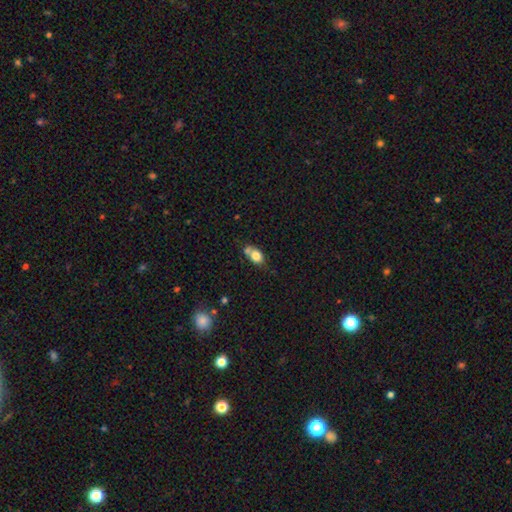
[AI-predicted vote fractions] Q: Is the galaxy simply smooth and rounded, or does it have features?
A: smooth — 77%.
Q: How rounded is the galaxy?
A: in between — 65%.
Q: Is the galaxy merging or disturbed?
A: none — 43%.